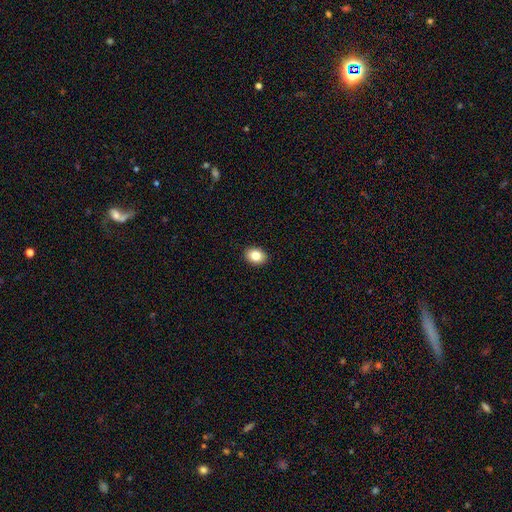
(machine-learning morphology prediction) smooth-or-featured: smooth: 83% | star or artifact: 9% | featured or disk: 8%
  how-rounded: in between: 68% | round: 31% | cigar-shaped: 1%
  merging: none: 92% | minor disturbance: 6% | major disturbance: 1% | merger: 1%